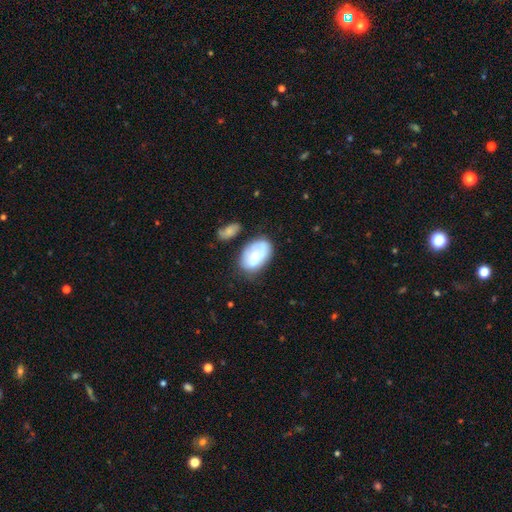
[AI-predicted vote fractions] smooth 61%, featured or disk 32%, star or artifact 7%. Down the decision tree: how rounded — in between (90%); merging — none (48%).